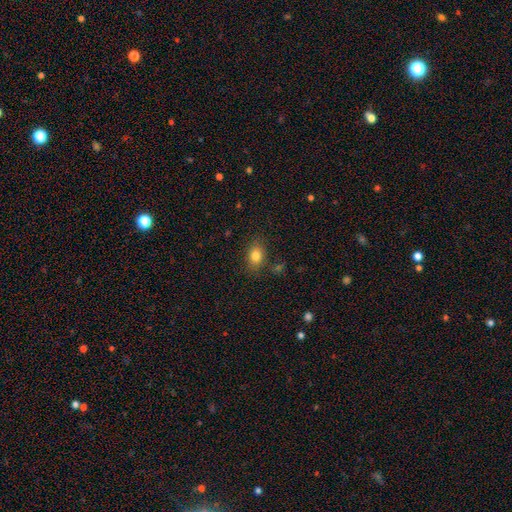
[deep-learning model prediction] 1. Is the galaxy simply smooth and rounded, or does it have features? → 82% smooth, 10% star or artifact, 8% featured or disk.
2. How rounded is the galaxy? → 72% in between, 26% round, 1% cigar-shaped.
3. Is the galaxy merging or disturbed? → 82% none, 12% minor disturbance, 3% major disturbance, 3% merger.